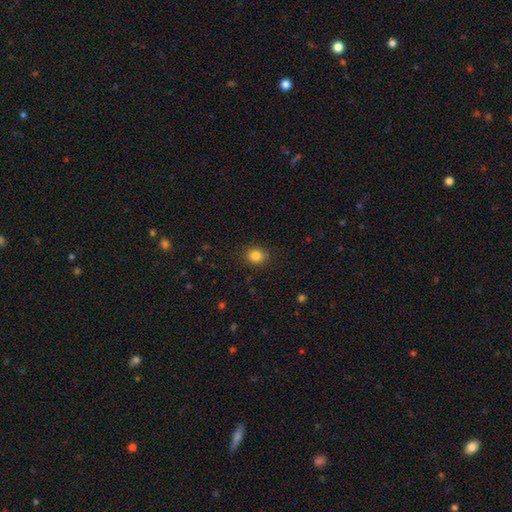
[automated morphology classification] smooth-or-featured: smooth: 84% | star or artifact: 11% | featured or disk: 5%
  how-rounded: round: 74% | in between: 25% | cigar-shaped: 1%
  merging: none: 85% | minor disturbance: 11% | major disturbance: 3% | merger: 1%